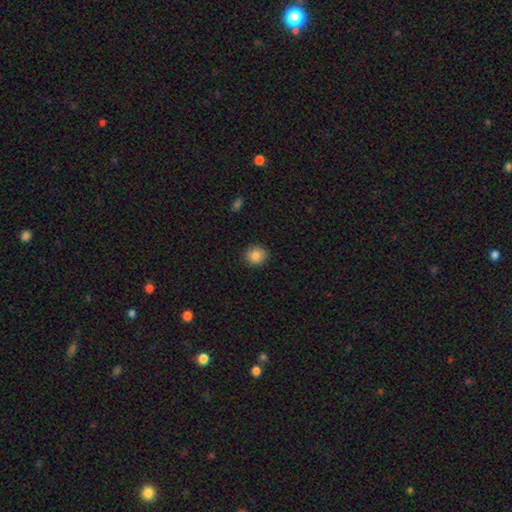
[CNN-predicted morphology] Smooth or featured? smooth (86%)
How rounded? round (87%)
Merging? none (89%)